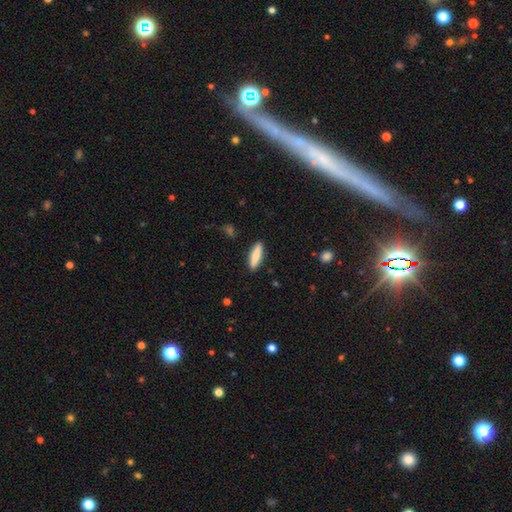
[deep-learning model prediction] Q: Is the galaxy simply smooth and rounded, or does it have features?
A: smooth — 82%.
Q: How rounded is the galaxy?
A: cigar-shaped — 69%.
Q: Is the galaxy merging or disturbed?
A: none — 89%.